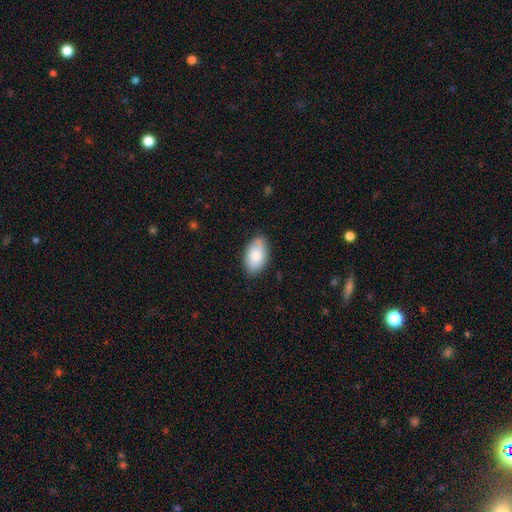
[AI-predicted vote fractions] Q: Smooth or featured?
A: smooth (81%); runner-up: featured or disk (13%)
Q: How rounded?
A: in between (94%); runner-up: round (5%)
Q: Merging?
A: none (83%); runner-up: minor disturbance (14%)